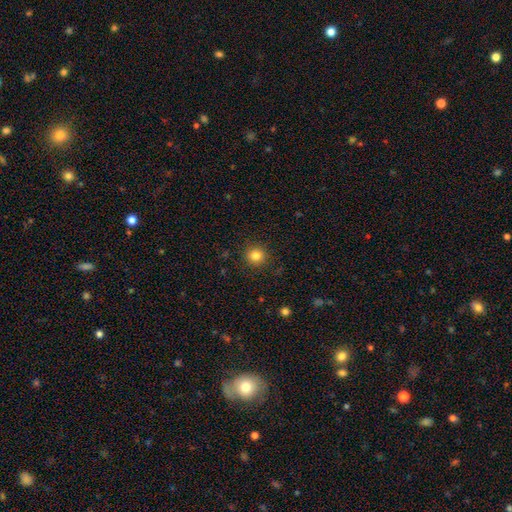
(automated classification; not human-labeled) Morphology: type=smooth (83%); roundness=round (91%); merging=none (90%).